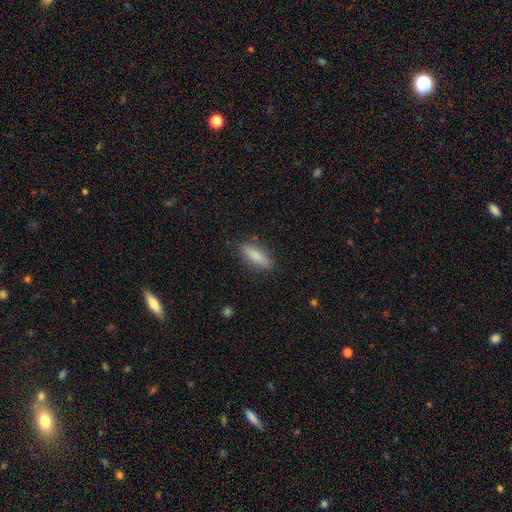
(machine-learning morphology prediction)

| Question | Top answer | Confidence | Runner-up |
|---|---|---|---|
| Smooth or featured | smooth | 78% | featured or disk (16%) |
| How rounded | cigar-shaped | 49% | in between (48%) |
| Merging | none | 85% | minor disturbance (11%) |